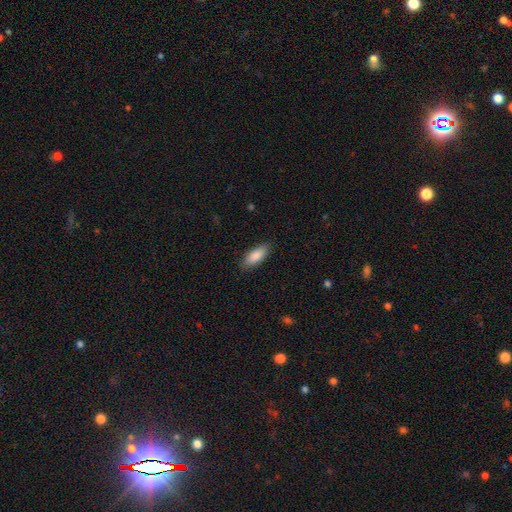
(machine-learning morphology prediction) Smooth or featured? Predicted: smooth (p=0.88). How rounded? Predicted: in between (p=0.79). Merging? Predicted: none (p=0.86).